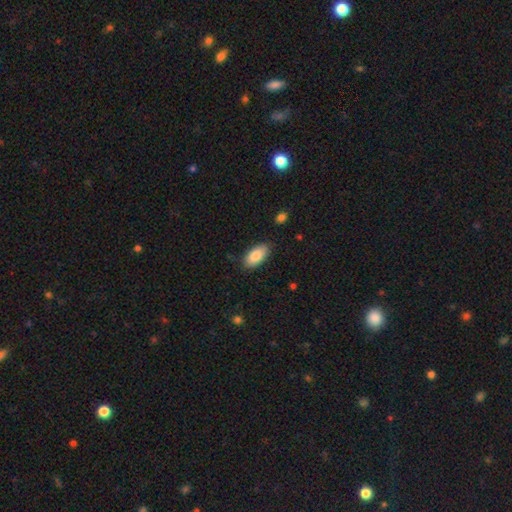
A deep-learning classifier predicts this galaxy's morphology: Smooth or featured? smooth (85%)
How rounded? in between (93%)
Merging? none (85%)